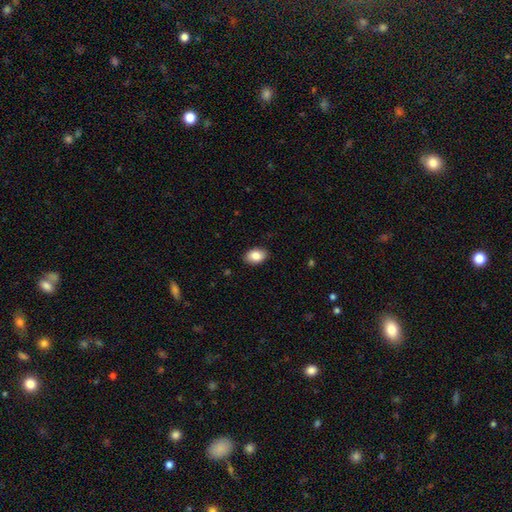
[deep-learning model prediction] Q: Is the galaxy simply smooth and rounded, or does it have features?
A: smooth — 86%.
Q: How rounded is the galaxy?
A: in between — 88%.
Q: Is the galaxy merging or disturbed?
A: none — 89%.